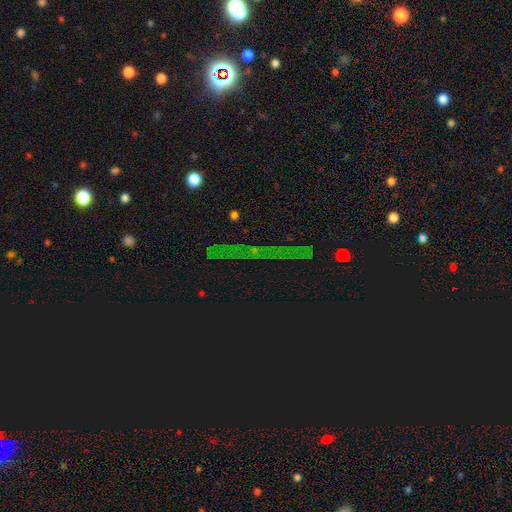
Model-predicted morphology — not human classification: This is likely a star or artifact rather than a galaxy (78%).